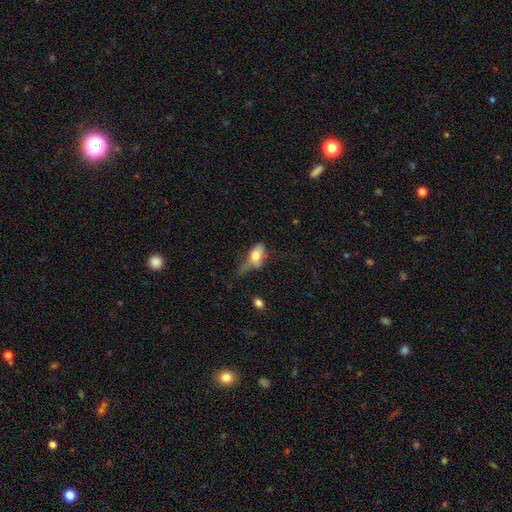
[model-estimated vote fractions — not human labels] Smooth or featured: smooth — 64% (featured or disk — 27%)
How rounded: in between — 81% (cigar-shaped — 12%)
Merging: major disturbance — 39% (minor disturbance — 30%)